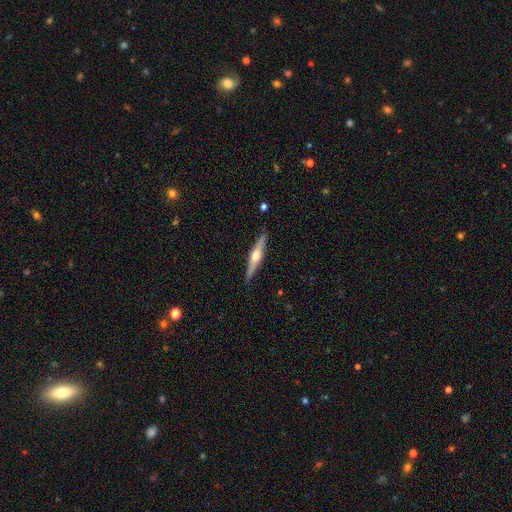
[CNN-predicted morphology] smooth_or_featured: featured or disk (p=0.69) [alt: smooth p=0.26]
disk_edge_on: yes (p=0.97) [alt: no p=0.03]
edge_on_bulge: rounded (p=0.93) [alt: boxy p=0.04]
merging: none (p=0.88) [alt: minor disturbance p=0.09]